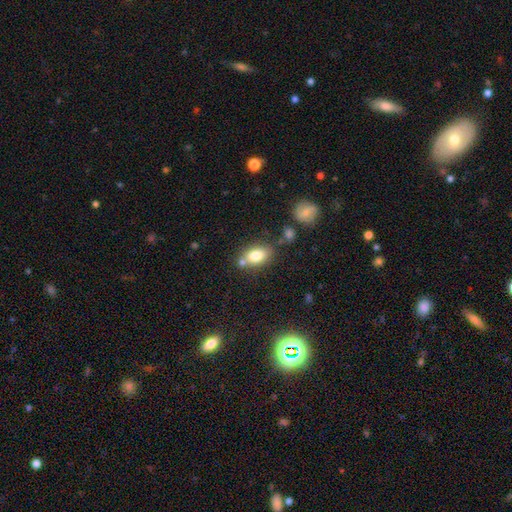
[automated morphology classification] This appears to be a smooth galaxy with no disk features (80%) that is in between round and cigar-shaped (85%). Merging: none (65%).